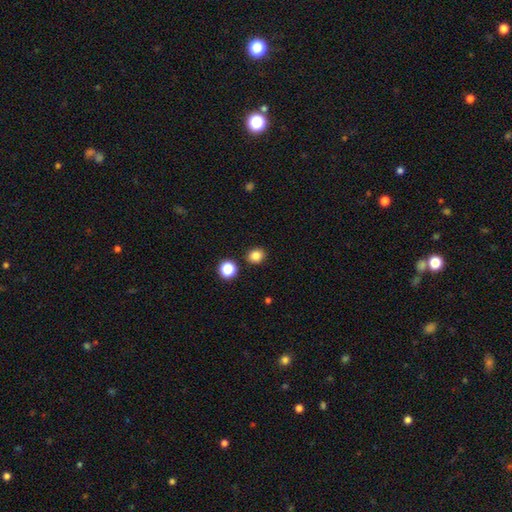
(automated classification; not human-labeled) Q: Smooth or featured?
A: smooth (83%); runner-up: star or artifact (12%)
Q: How rounded?
A: round (77%); runner-up: in between (22%)
Q: Merging?
A: none (88%); runner-up: minor disturbance (7%)